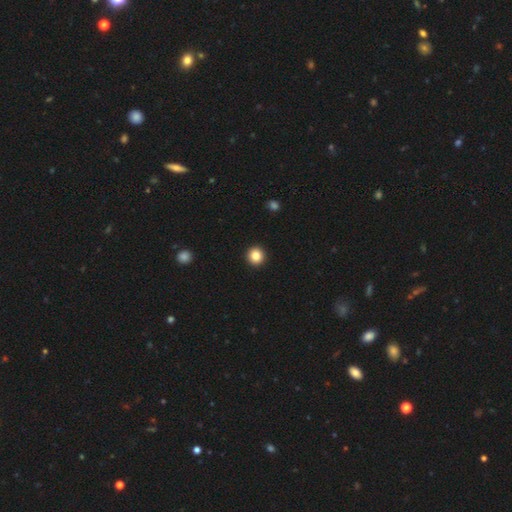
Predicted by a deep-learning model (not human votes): Smooth or featured? smooth (85%)
How rounded? round (94%)
Merging? none (94%)